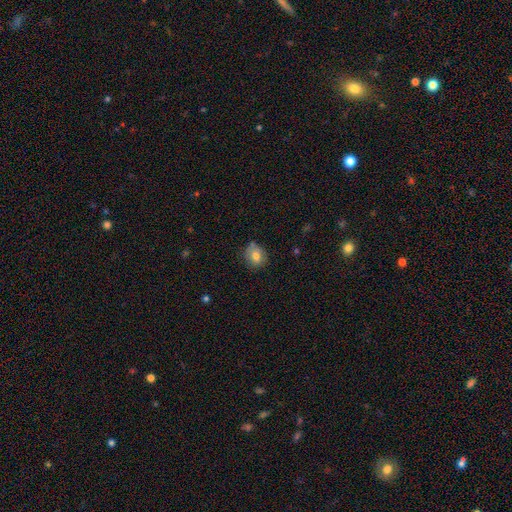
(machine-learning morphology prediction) Smooth or featured: smooth — 76% (featured or disk — 15%)
How rounded: round — 62% (in between — 37%)
Merging: none — 66% (minor disturbance — 25%)